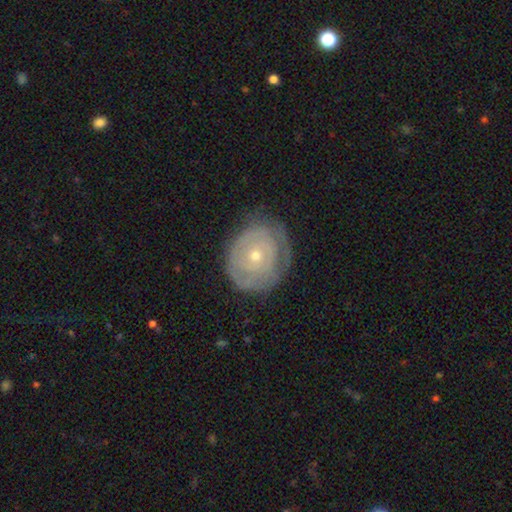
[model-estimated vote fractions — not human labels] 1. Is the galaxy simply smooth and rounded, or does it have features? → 70% featured or disk, 24% smooth, 6% star or artifact.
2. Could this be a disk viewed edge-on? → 97% no, 3% yes.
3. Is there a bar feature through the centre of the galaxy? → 85% no, 12% weak, 3% strong.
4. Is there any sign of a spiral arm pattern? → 72% yes, 28% no.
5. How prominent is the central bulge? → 58% small, 39% moderate, 1% large, 1% none, 1% dominant.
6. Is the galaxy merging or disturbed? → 69% none, 21% minor disturbance, 8% major disturbance, 1% merger.